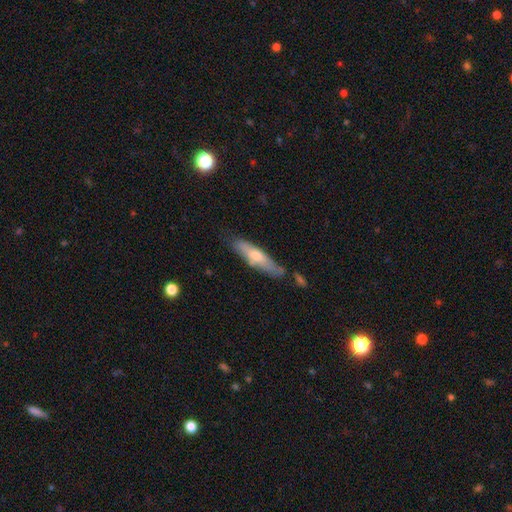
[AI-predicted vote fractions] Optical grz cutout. It shows a smooth galaxy with no disk features (54%) that is cigar-shaped (77%). Merging: none (69%).